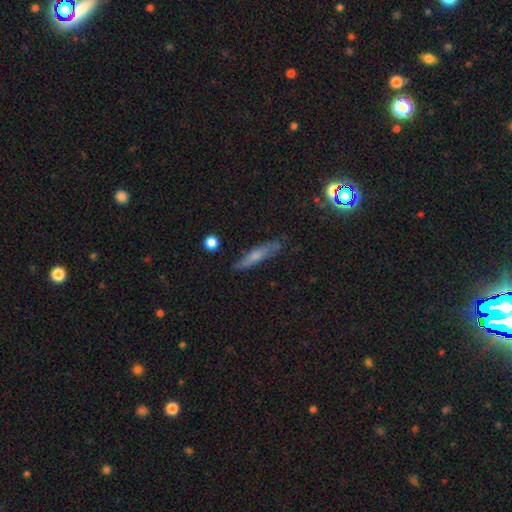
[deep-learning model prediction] Overall: smooth (61%; featured or disk 30%). How rounded: cigar-shaped (86%). Merging: none (77%).